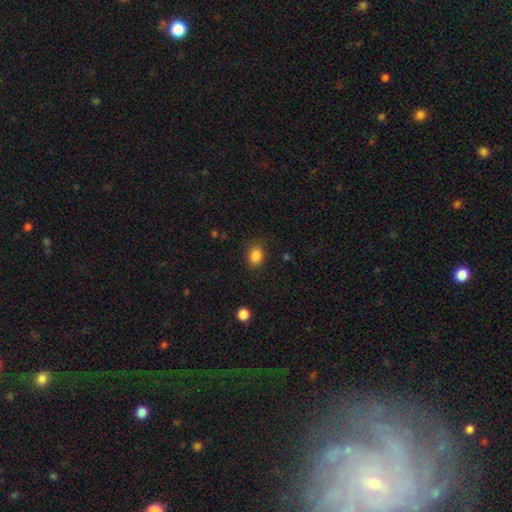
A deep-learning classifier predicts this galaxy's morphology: This appears to be a smooth galaxy with no disk features (86%) that is in between round and cigar-shaped (56%). Merging: none (84%).